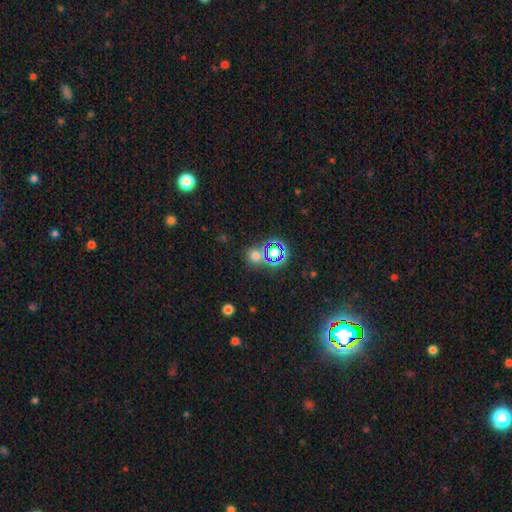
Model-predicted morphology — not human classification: Smooth or featured?
  - smooth: 58% *
  - star or artifact: 35%
  - featured or disk: 7%
How rounded?
  - round: 84% *
  - in between: 15%
  - cigar-shaped: 1%
Merging?
  - none: 72% *
  - merger: 14%
  - minor disturbance: 9%
  - major disturbance: 5%